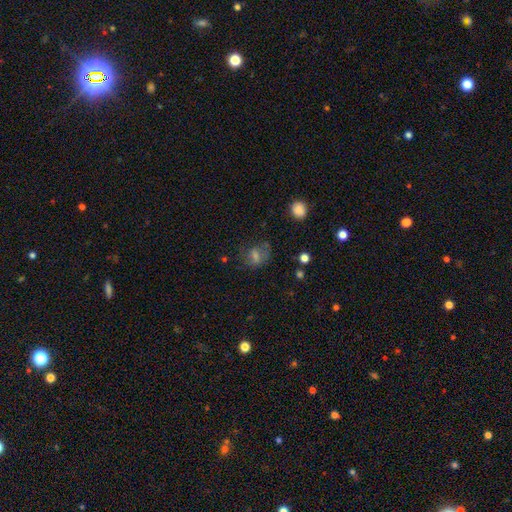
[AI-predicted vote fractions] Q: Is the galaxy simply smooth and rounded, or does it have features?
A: smooth — 55%.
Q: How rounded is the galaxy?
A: round — 52%.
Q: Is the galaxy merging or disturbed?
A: none — 58%.